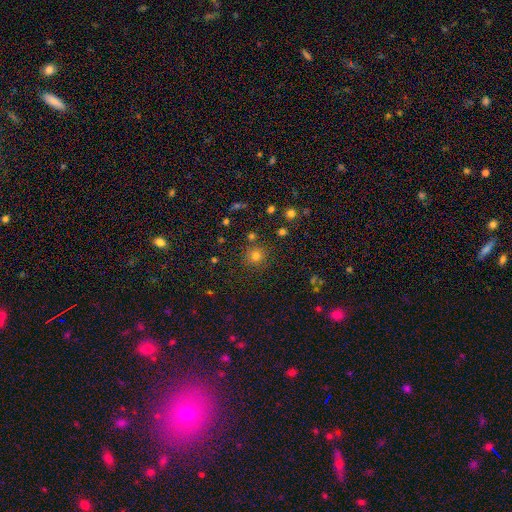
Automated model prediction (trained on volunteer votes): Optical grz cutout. It shows a smooth galaxy with no disk features (74%) that is round (92%). Merging: none (83%).